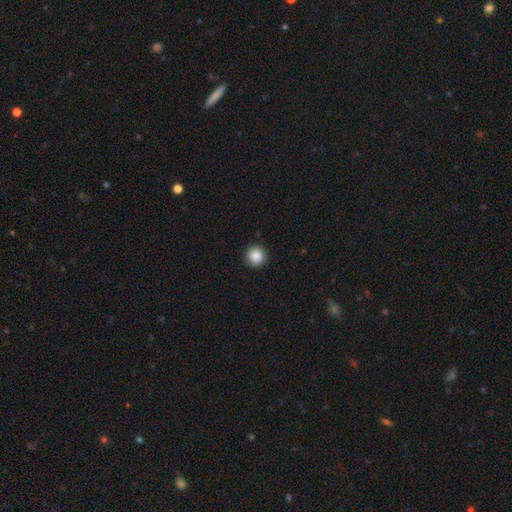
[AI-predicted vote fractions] The model was most divided on "smooth or featured": smooth: 87%, star or artifact: 9%, featured or disk: 4%. More confident: how rounded — round (94%); merging — none (91%).